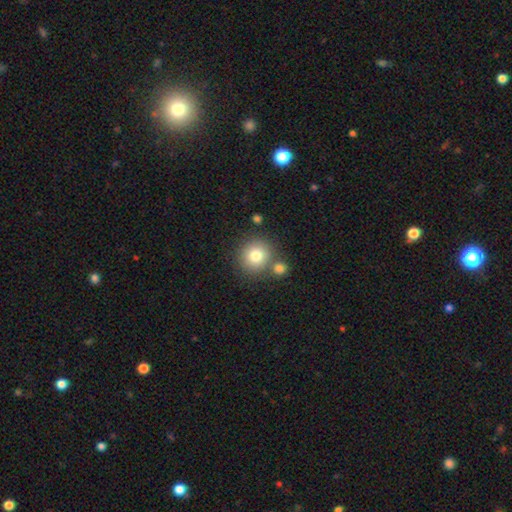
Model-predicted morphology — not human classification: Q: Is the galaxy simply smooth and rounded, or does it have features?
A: smooth — 79%.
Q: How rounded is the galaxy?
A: round — 91%.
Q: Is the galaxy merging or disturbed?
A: none — 69%.